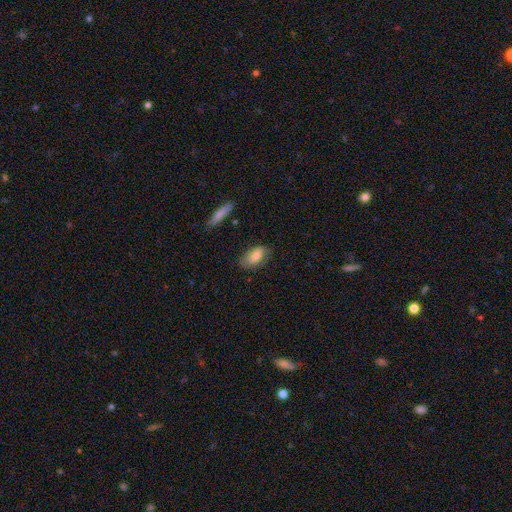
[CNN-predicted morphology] This is likely a smooth galaxy (73%). How rounded: clearly in between (91%). Merging: likely none (69%).